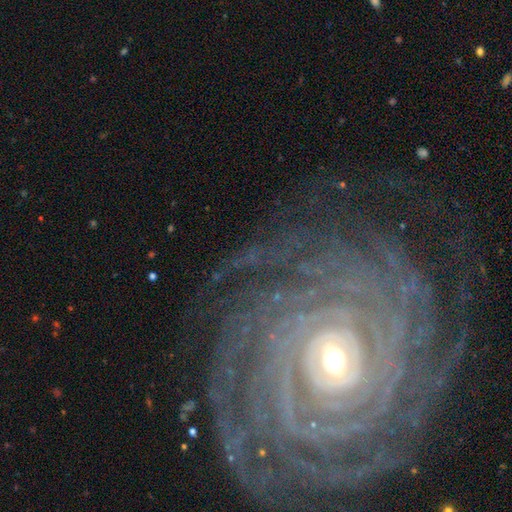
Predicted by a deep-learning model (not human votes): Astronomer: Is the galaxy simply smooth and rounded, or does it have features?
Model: featured or disk — 89%.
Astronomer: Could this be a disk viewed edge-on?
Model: no — 97%.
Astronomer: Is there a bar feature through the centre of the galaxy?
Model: no — 47% (runner-up: weak, 28%).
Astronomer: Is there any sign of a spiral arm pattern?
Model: yes — 97%.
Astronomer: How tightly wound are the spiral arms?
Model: tight — 88%.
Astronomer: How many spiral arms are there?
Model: more than 4 — 38% (runner-up: can't tell, 19%).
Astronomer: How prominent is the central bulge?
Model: moderate — 50% (runner-up: small, 44%).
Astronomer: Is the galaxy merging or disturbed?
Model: none — 80%.